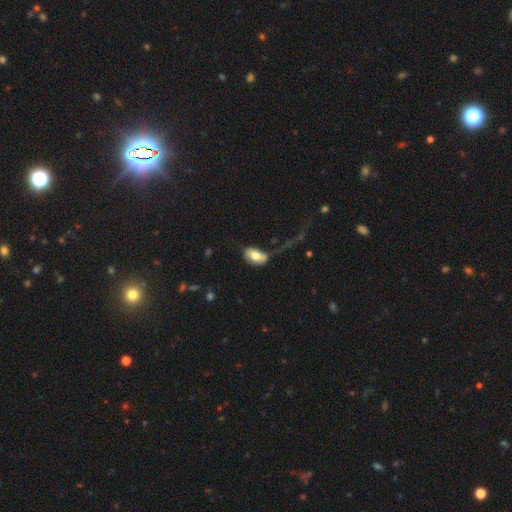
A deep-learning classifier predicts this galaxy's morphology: This appears to be a smooth galaxy with no disk features (72%) that is in between round and cigar-shaped (92%). Merging: none (38%).